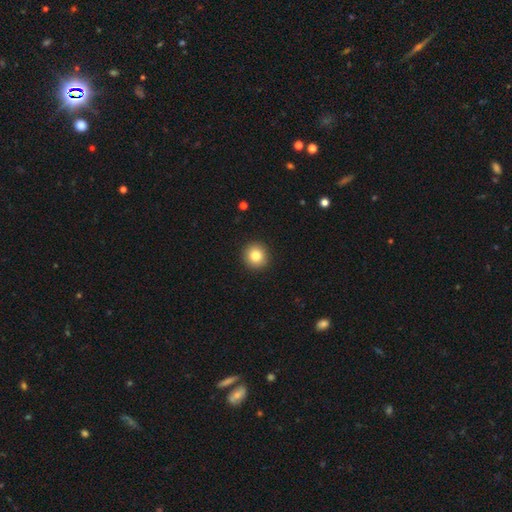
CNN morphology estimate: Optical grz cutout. It shows a smooth galaxy with no disk features (82%) that is round (94%). Merging: none (93%).